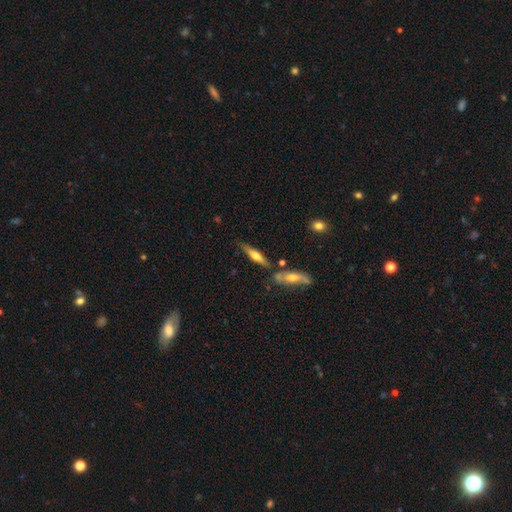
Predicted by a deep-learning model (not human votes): Morphology: type=featured or disk (50%); merging=none (72%).